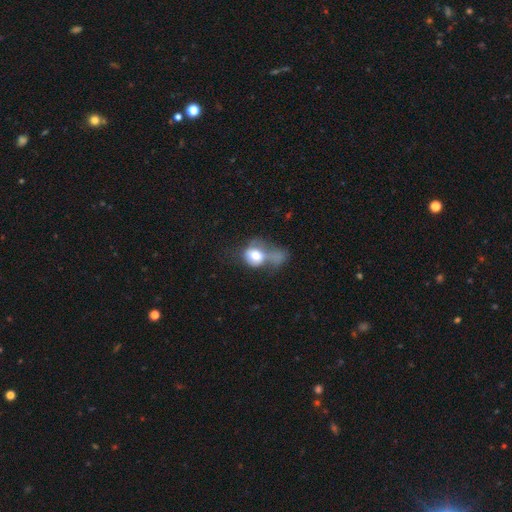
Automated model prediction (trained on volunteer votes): smooth_or_featured: smooth (p=0.68) [alt: featured or disk p=0.23]
how_rounded: round (p=0.53) [alt: in between p=0.45]
merging: major disturbance (p=0.41) [alt: merger p=0.30]